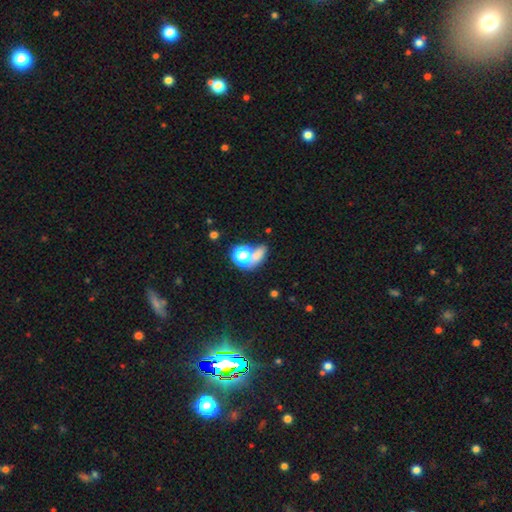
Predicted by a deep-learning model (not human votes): A smooth galaxy with no disk features (58%) that is round (47%, tied with in between).

Vote fractions:
- Smooth or featured? smooth: 58% / star or artifact: 26% / featured or disk: 17%
- How rounded? round: 47% (tied) / in between: 47% (tied) / cigar-shaped: 6%
- Merging? merger: 37% / none: 32% / major disturbance: 19% / minor disturbance: 12%